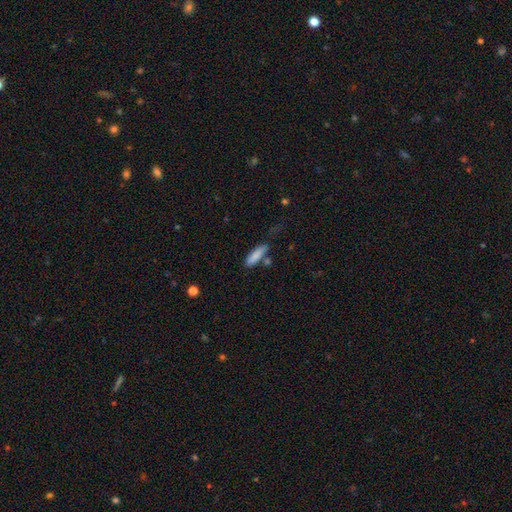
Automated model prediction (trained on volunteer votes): This appears to be a smooth galaxy with no disk features (84%) that is cigar-shaped (61%). Merging: none (66%).